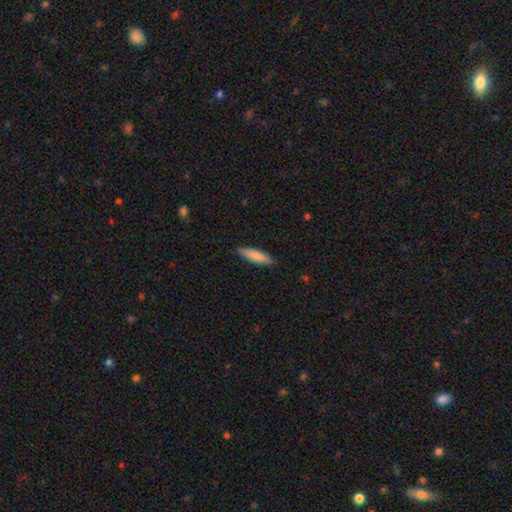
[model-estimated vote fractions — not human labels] This is clearly a smooth galaxy (84%). How rounded: likely cigar-shaped (68%). Merging: clearly none (86%).